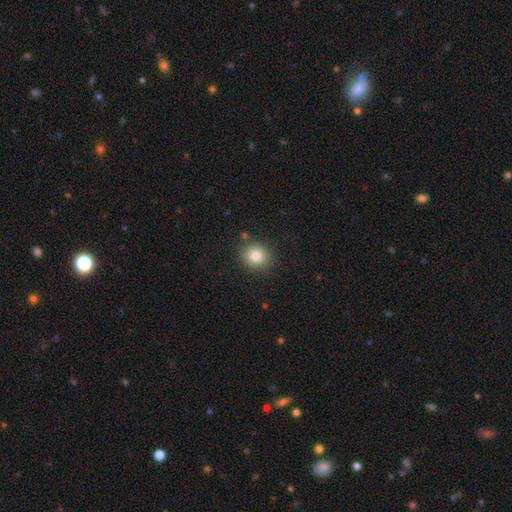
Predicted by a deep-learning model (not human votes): Overall: smooth (82%). How rounded: round (81%). Merging: none (86%).